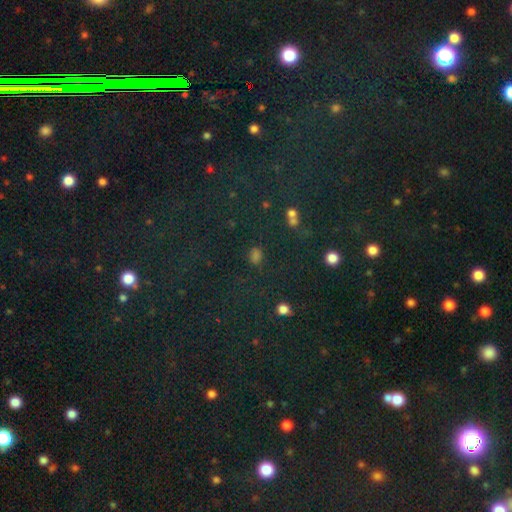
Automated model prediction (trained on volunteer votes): The model was most divided on "smooth or featured": star or artifact: 64%, smooth: 28%, featured or disk: 8%.